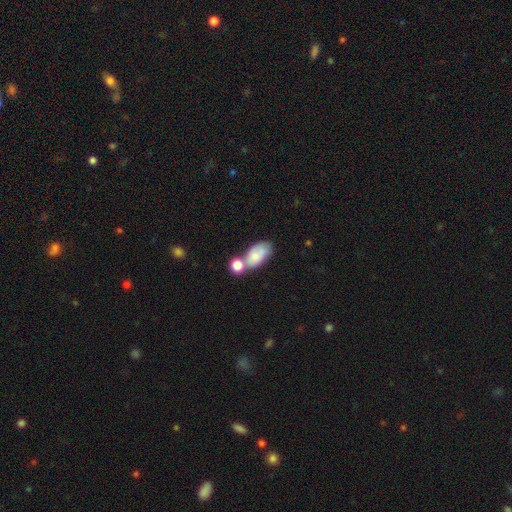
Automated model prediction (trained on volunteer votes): smooth 74%, featured or disk 18%, star or artifact 7%. Down the decision tree: how rounded — in between (90%); merging — merger (44%).